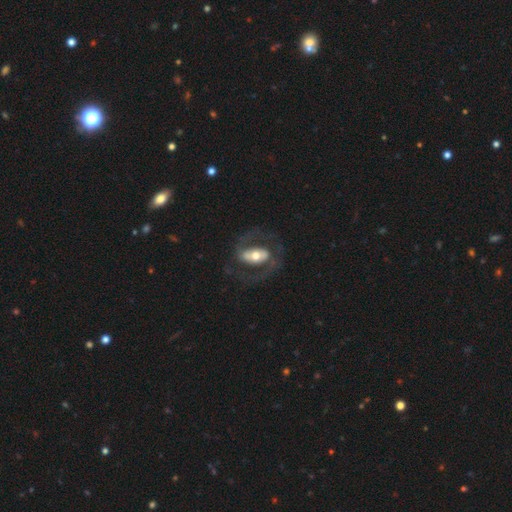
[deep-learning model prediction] Smooth or featured? Predicted: featured or disk (p=0.73). Edge-on disk? Predicted: no (p=0.94). Bar? Predicted: strong (p=0.43). Spiral arms? Predicted: yes (p=0.72). Bulge size? Predicted: moderate (p=0.64). Merging? Predicted: none (p=0.68).